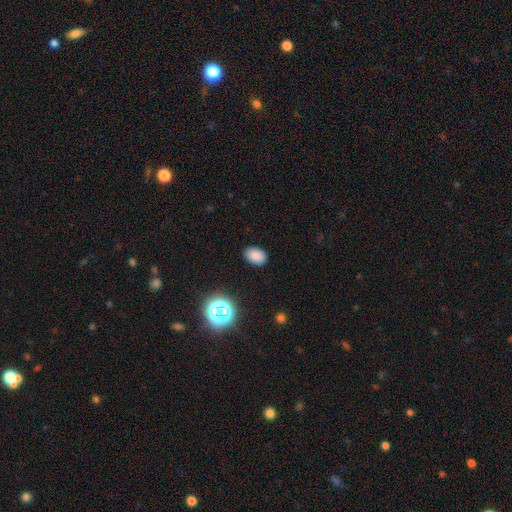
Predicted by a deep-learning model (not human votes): Morphology: type=smooth (83%); roundness=in between (83%); merging=none (87%).